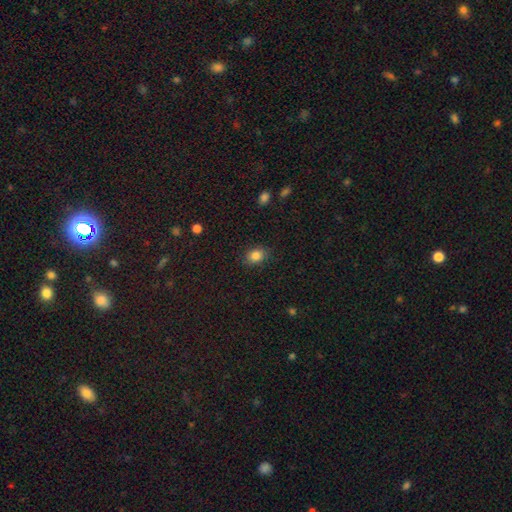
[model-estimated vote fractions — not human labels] A smooth galaxy with no disk features (84%) that is in between round and cigar-shaped (58%). Merging: none (84%).